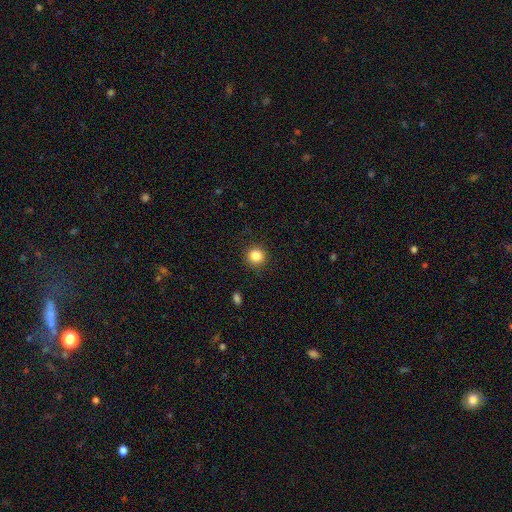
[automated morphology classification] smooth_or_featured: smooth (p=0.85) [alt: star or artifact p=0.10]
how_rounded: round (p=0.91) [alt: in between p=0.09]
merging: none (p=0.89) [alt: minor disturbance p=0.07]